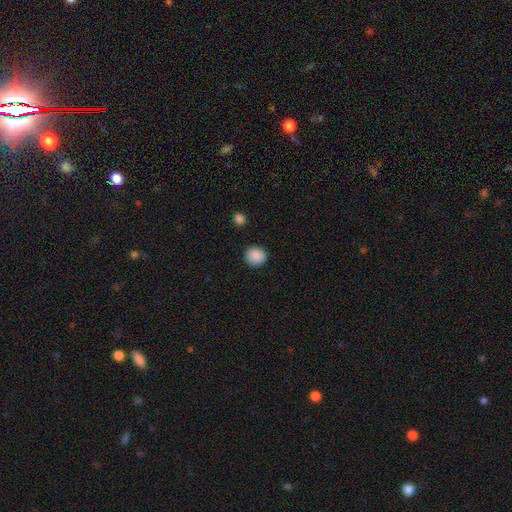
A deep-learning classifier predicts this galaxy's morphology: Smooth or featured?
  - smooth: 89% *
  - star or artifact: 8%
  - featured or disk: 3%
How rounded?
  - round: 90% *
  - in between: 9%
  - cigar-shaped: 1%
Merging?
  - none: 90% *
  - minor disturbance: 6%
  - major disturbance: 2%
  - merger: 1%